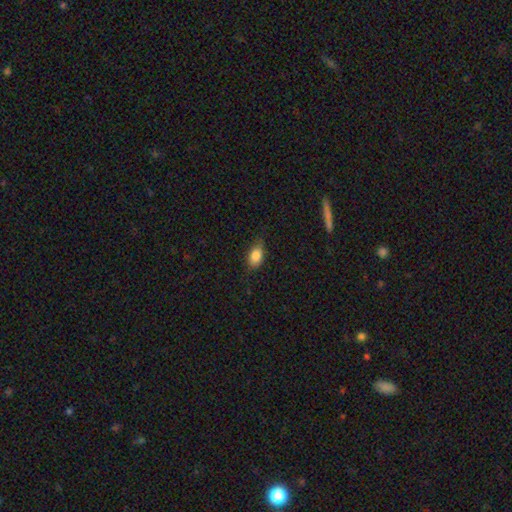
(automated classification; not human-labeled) Smooth or featured?
  - smooth: 83% *
  - featured or disk: 8%
  - star or artifact: 8%
How rounded?
  - in between: 85% *
  - round: 11%
  - cigar-shaped: 4%
Merging?
  - none: 72% *
  - minor disturbance: 23%
  - major disturbance: 4%
  - merger: 1%